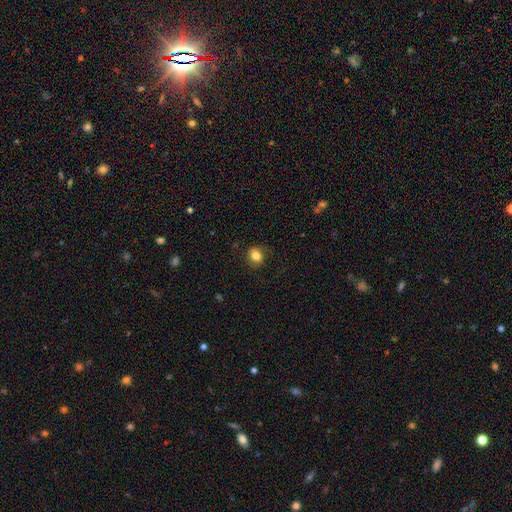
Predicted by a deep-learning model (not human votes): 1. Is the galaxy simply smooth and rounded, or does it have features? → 82% smooth, 11% star or artifact, 7% featured or disk.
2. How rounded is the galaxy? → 66% round, 33% in between, 1% cigar-shaped.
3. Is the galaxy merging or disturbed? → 84% none, 12% minor disturbance, 3% major disturbance, 1% merger.